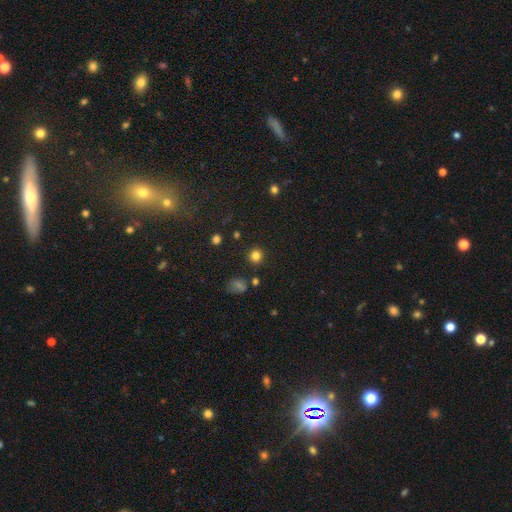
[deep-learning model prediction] Smooth or featured?
  - smooth: 80% *
  - star or artifact: 15%
  - featured or disk: 5%
How rounded?
  - round: 93% *
  - in between: 6%
  - cigar-shaped: 1%
Merging?
  - none: 88% *
  - minor disturbance: 7%
  - merger: 3%
  - major disturbance: 3%